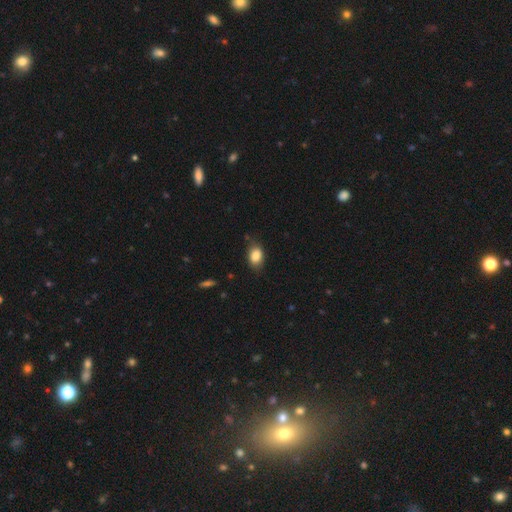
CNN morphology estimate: Smooth or featured?
  - smooth: 84% *
  - star or artifact: 8%
  - featured or disk: 7%
How rounded?
  - in between: 80% *
  - round: 18%
  - cigar-shaped: 1%
Merging?
  - none: 77% *
  - minor disturbance: 18%
  - major disturbance: 3%
  - merger: 2%